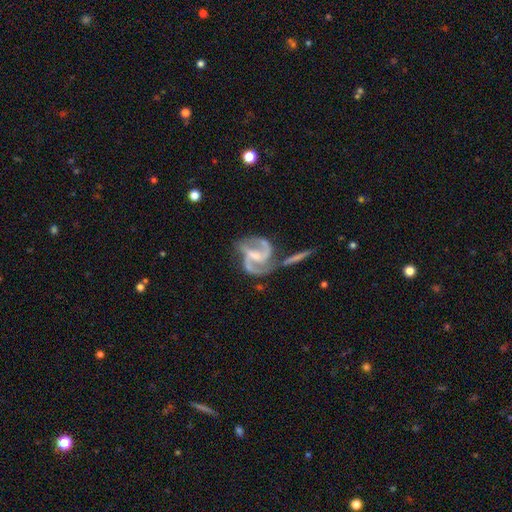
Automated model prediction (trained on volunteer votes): This appears to be a featured or disk galaxy (90%) with a weak bar (48%), 2 (85%) medium (59%) spiral arms (97%) and a small central bulge (37%). Merging: none (49%).